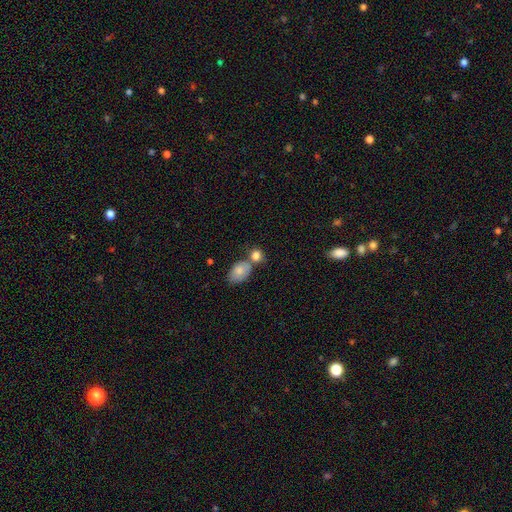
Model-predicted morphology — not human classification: A smooth galaxy with no disk features (80%) that is round (56%). Merging: merger (43%).